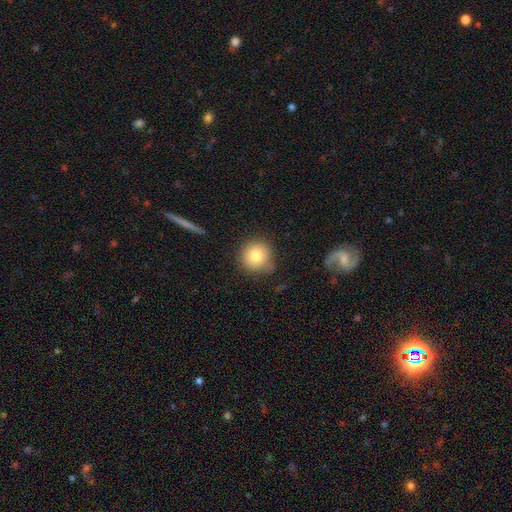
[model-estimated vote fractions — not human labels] Smooth or featured? Predicted: smooth (p=0.81). How rounded? Predicted: round (p=0.92). Merging? Predicted: none (p=0.78).